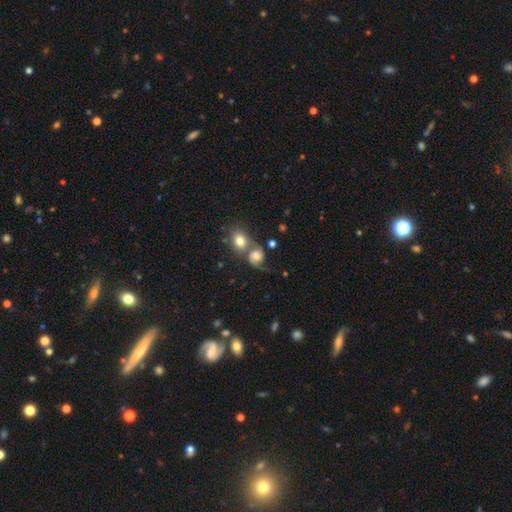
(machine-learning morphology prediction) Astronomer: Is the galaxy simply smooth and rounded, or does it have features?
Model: featured or disk — 51% (runner-up: smooth, 40%).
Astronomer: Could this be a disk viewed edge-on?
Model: no — 97%.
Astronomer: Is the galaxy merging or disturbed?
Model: merger — 49% (runner-up: none, 29%).